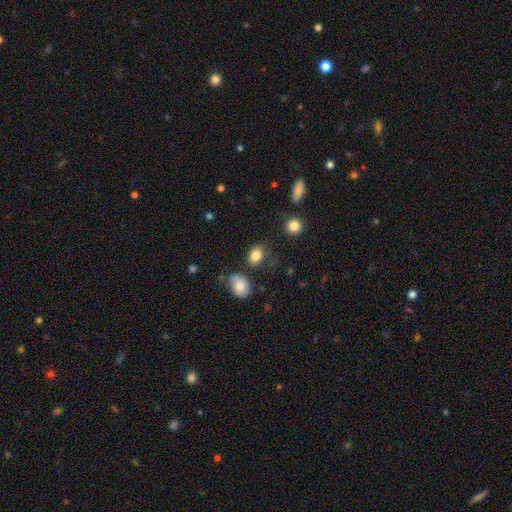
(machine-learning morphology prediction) Q: Smooth or featured?
A: smooth (84%); runner-up: star or artifact (10%)
Q: How rounded?
A: in between (57%); runner-up: round (42%)
Q: Merging?
A: none (73%); runner-up: minor disturbance (17%)